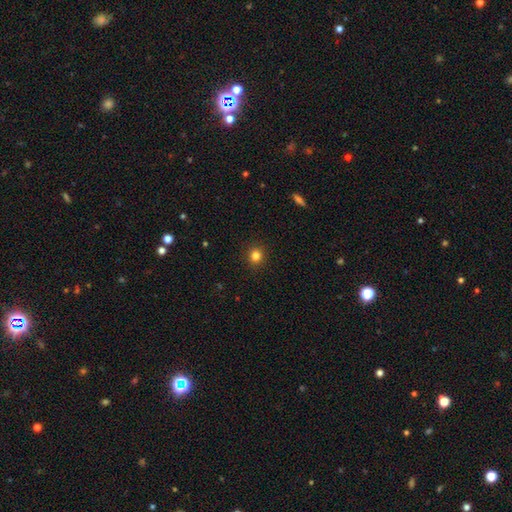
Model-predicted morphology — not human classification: Q: Smooth or featured?
A: smooth (83%); runner-up: star or artifact (12%)
Q: How rounded?
A: round (89%); runner-up: in between (10%)
Q: Merging?
A: none (91%); runner-up: minor disturbance (6%)